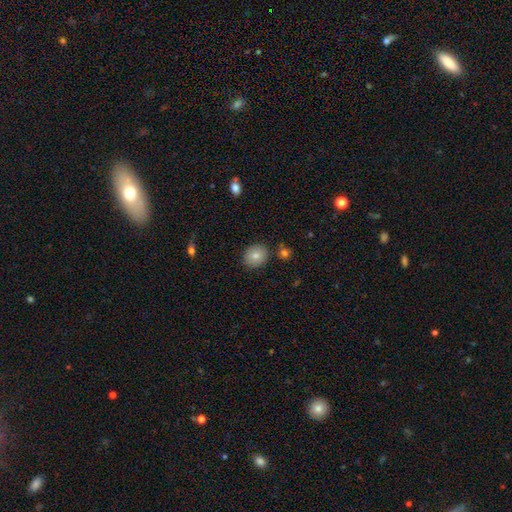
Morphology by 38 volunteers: type=smooth (74%); roundness=round (64%); merging=none (81%).